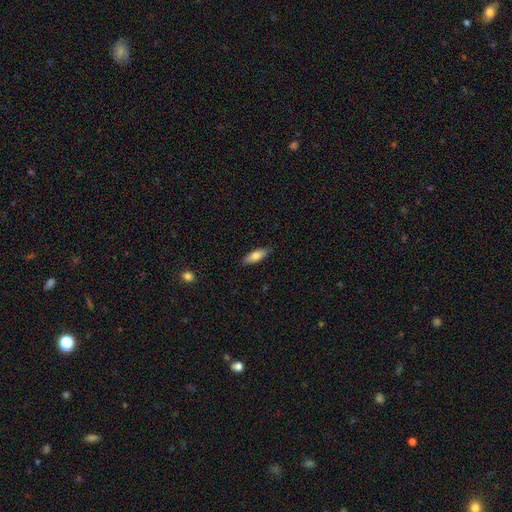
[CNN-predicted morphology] smooth-or-featured: smooth: 77% | featured or disk: 17% | star or artifact: 6%
  how-rounded: in between: 68% | cigar-shaped: 30% | round: 2%
  merging: none: 85% | minor disturbance: 11% | major disturbance: 2% | merger: 1%